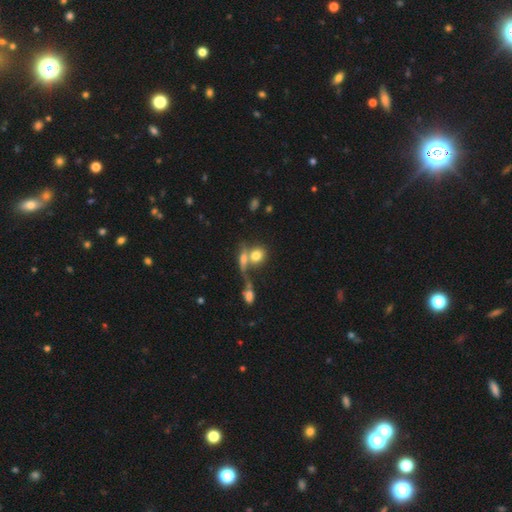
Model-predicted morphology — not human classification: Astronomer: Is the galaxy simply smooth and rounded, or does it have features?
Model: smooth — 73%.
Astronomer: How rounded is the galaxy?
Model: round — 58% (runner-up: in between, 37%).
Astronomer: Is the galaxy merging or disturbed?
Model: merger — 50% (runner-up: none, 34%).